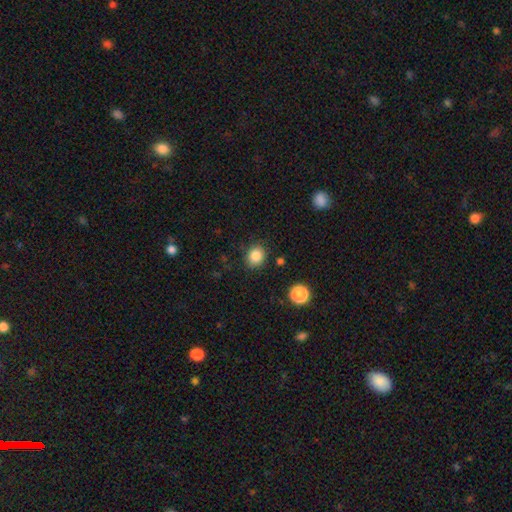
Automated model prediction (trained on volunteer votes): A smooth galaxy with no disk features (85%) that is round (73%). Merging: none (85%).